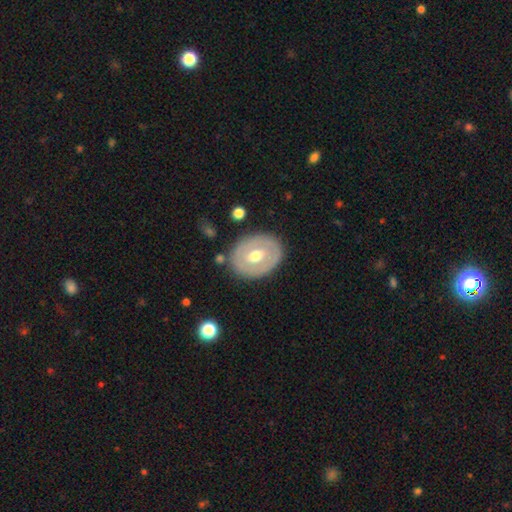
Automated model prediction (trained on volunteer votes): Smooth or featured: featured or disk — 58% (smooth — 37%)
Edge-on disk: no — 94% (yes — 6%)
Bar: no — 52% (weak — 36%)
Spiral arms: no — 76% (yes — 24%)
Bulge size: moderate — 77% (small — 12%)
Merging: none — 80% (minor disturbance — 13%)